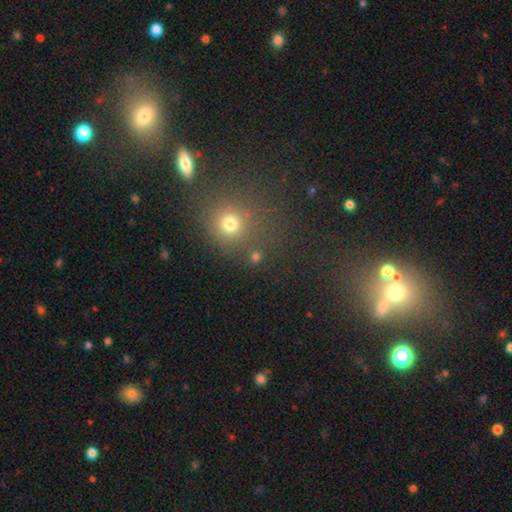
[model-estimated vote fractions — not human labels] Smooth or featured? Predicted: smooth (p=0.61). How rounded? Predicted: round (p=0.85). Merging? Predicted: none (p=0.76).